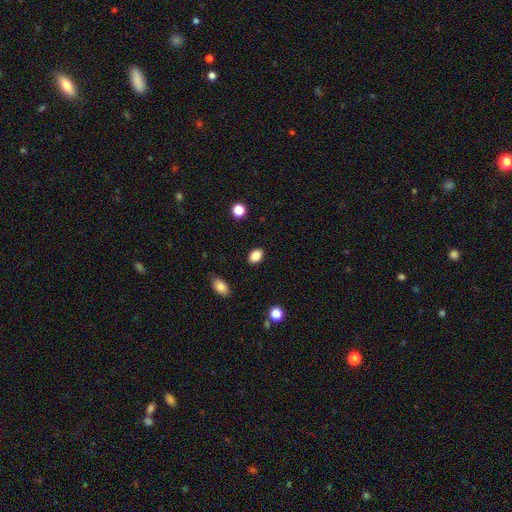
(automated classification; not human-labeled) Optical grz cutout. It shows a smooth galaxy with no disk features (87%) that is in between round and cigar-shaped (77%). Merging: none (88%).